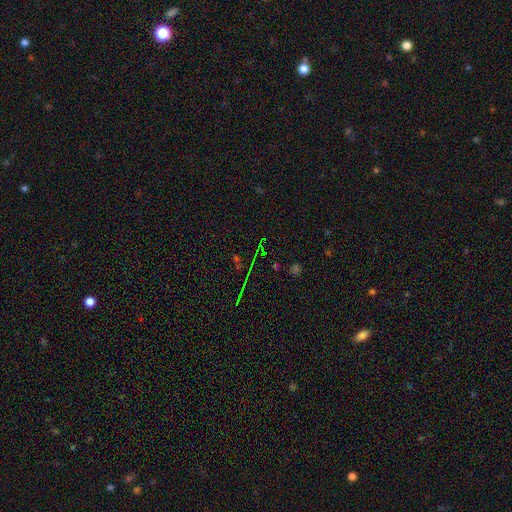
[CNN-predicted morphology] This appears to be a star or artifact, not a galaxy (73%).